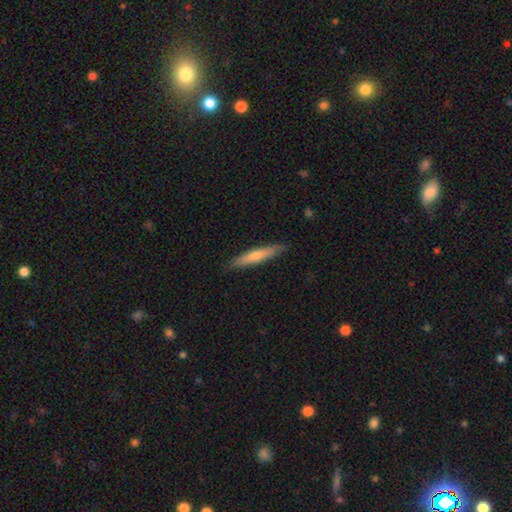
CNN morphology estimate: Smooth or featured?
  - featured or disk: 50% *
  - smooth: 43%
  - star or artifact: 7%
Edge-on disk?
  - yes: 95% *
  - no: 5%
Merging?
  - none: 90% *
  - minor disturbance: 7%
  - major disturbance: 1%
  - merger: 1%